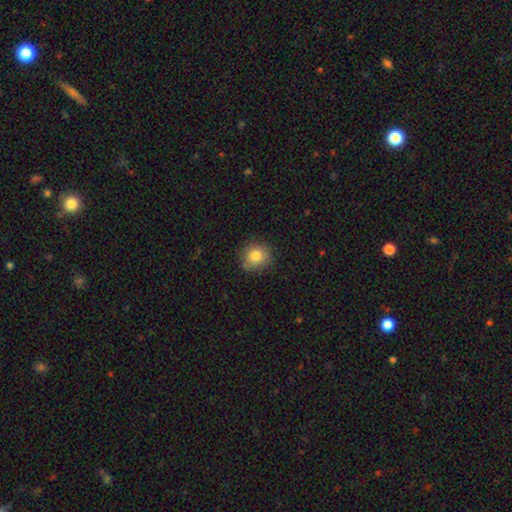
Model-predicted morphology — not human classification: This appears to be a smooth galaxy with no disk features (82%) that is round (84%). Merging: none (82%).